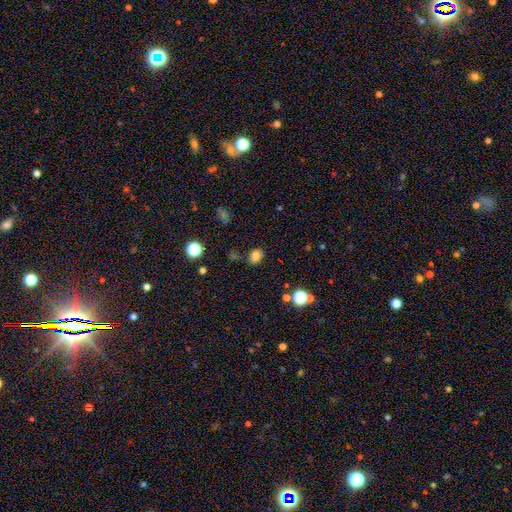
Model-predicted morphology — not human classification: smooth_or_featured: smooth (p=0.77) [alt: star or artifact p=0.15]
how_rounded: in between (p=0.61) [alt: round p=0.38]
merging: none (p=0.75) [alt: minor disturbance p=0.16]